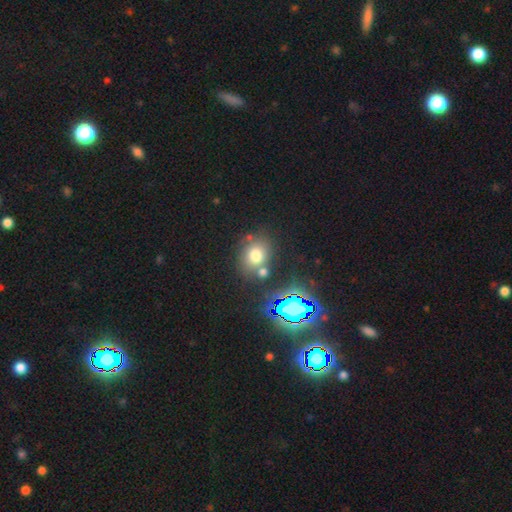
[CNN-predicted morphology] The model was most divided on "how rounded": round: 60%, in between: 39%, cigar-shaped: 1%. More confident: smooth or featured — smooth (71%); merging — none (66%).